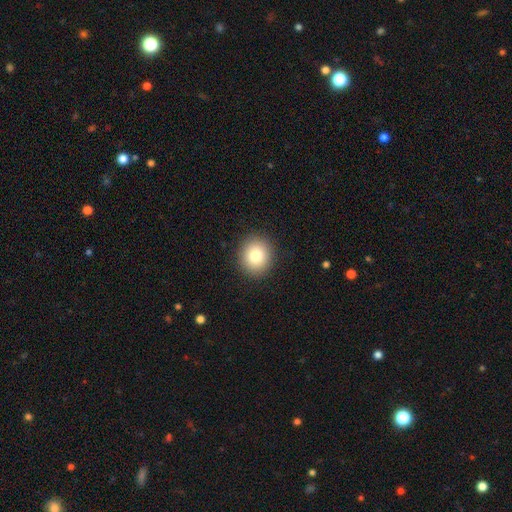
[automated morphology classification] This is likely a smooth galaxy (80%). How rounded: clearly round (86%). Merging: clearly none (91%).